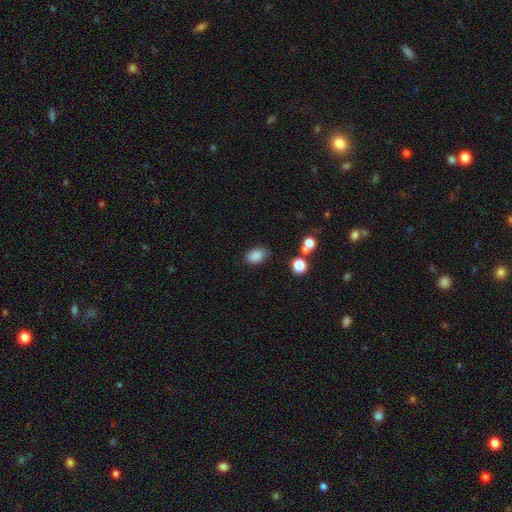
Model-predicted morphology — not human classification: smooth 86%, star or artifact 10%, featured or disk 5%. Down the decision tree: how rounded — in between (77%); merging — none (76%).